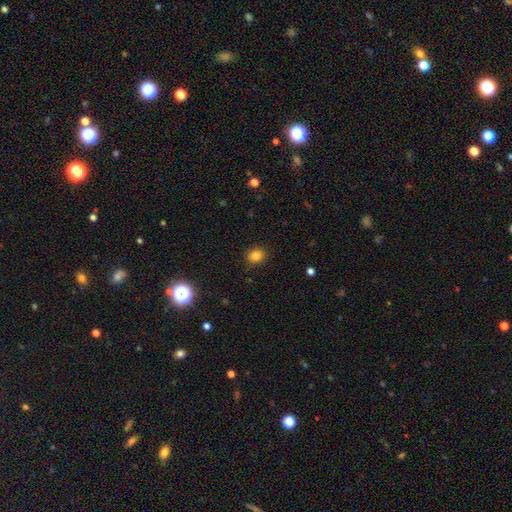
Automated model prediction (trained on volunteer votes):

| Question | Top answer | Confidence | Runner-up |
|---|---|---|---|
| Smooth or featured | smooth | 82% | star or artifact (13%) |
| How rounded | round | 73% | in between (27%) |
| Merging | none | 89% | minor disturbance (8%) |